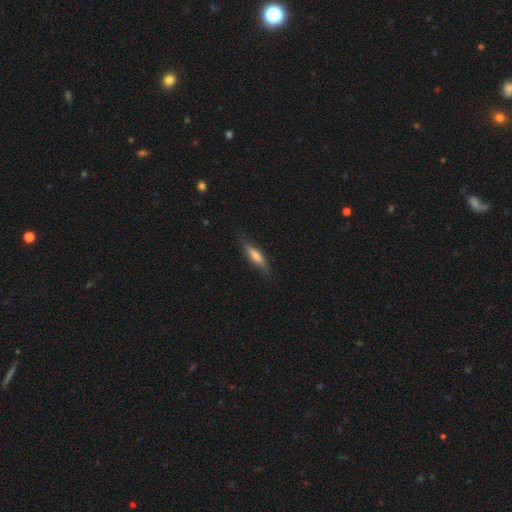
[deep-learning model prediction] A smooth galaxy with no disk features (58%) that is cigar-shaped (75%). Merging: none (80%).